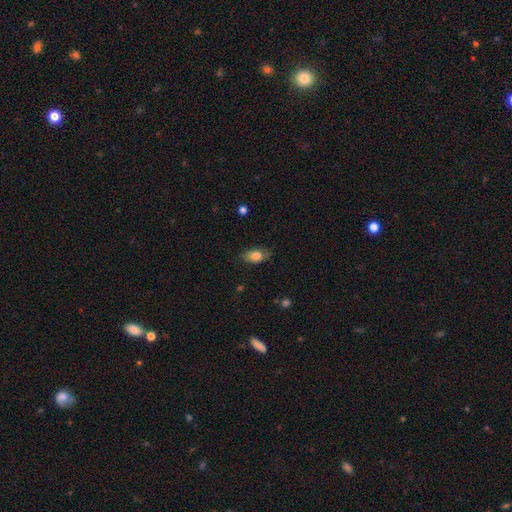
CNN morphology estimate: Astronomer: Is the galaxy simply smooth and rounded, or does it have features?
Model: smooth — 77%.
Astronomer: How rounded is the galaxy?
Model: in between — 86%.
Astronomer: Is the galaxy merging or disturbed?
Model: none — 73%.